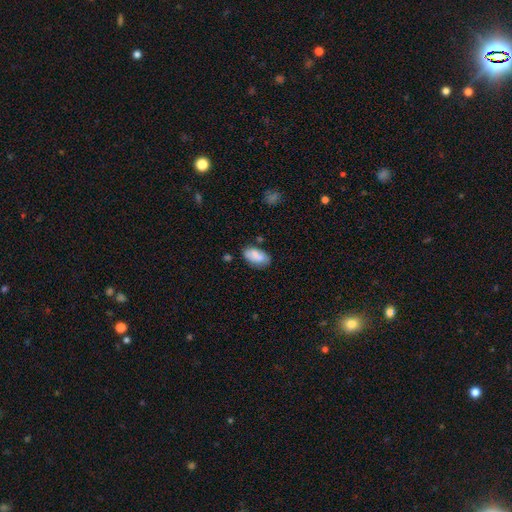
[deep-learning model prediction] The model was most divided on "merging": none: 68%, minor disturbance: 21%, merger: 6%, major disturbance: 5%. More confident: how rounded — in between (93%); smooth or featured — smooth (72%).